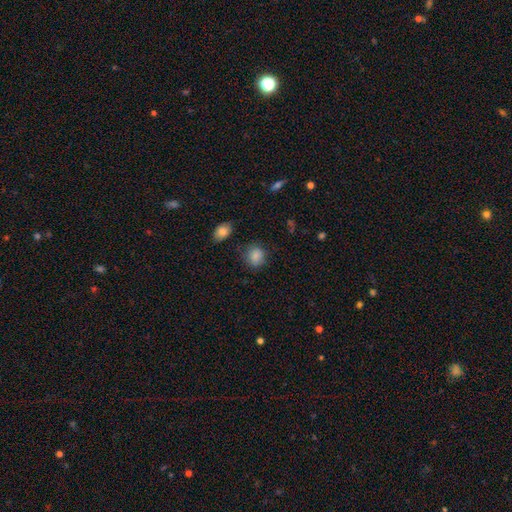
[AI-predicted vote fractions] Smooth or featured?
  - smooth: 86% *
  - star or artifact: 9%
  - featured or disk: 5%
How rounded?
  - round: 77% *
  - in between: 22%
  - cigar-shaped: 1%
Merging?
  - none: 78% *
  - minor disturbance: 15%
  - major disturbance: 4%
  - merger: 2%